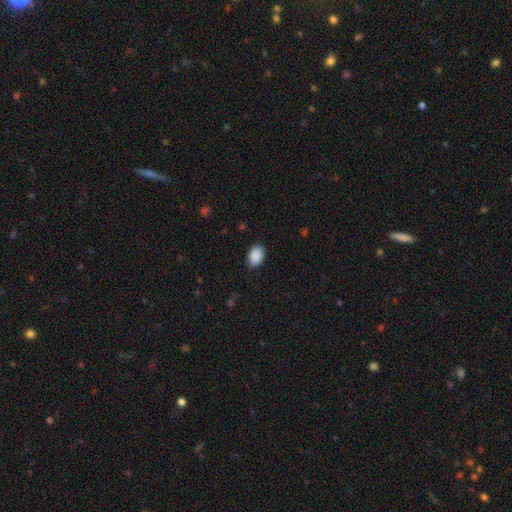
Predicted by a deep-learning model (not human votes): smooth_or_featured: smooth (p=0.91) [alt: star or artifact p=0.07]
how_rounded: in between (p=0.87) [alt: round p=0.12]
merging: none (p=0.86) [alt: minor disturbance p=0.11]